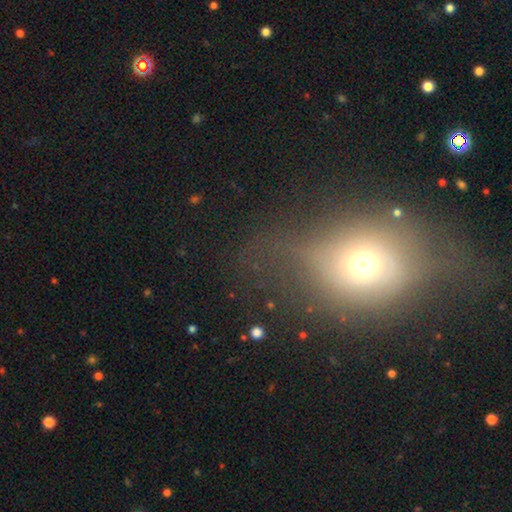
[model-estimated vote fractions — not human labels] Smooth or featured? smooth (52%)
How rounded? round (64%)
Merging? none (51%)